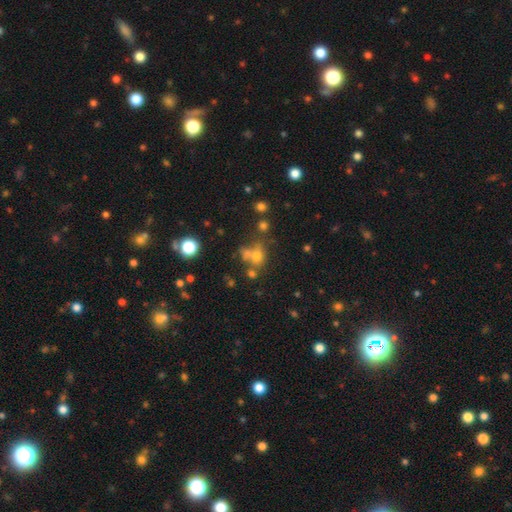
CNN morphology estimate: smooth-or-featured: smooth: 61% | star or artifact: 24% | featured or disk: 15%
  how-rounded: round: 63% | in between: 35% | cigar-shaped: 2%
  merging: none: 44% | merger: 31% | minor disturbance: 13% | major disturbance: 11%